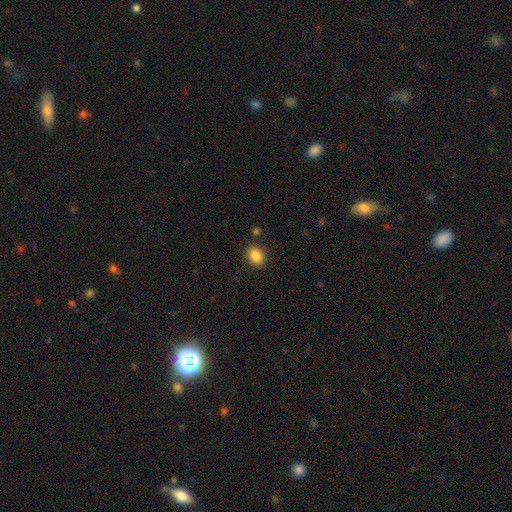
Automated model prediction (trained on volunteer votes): A smooth galaxy with no disk features (88%) that is in between round and cigar-shaped (59%). Merging: none (84%).